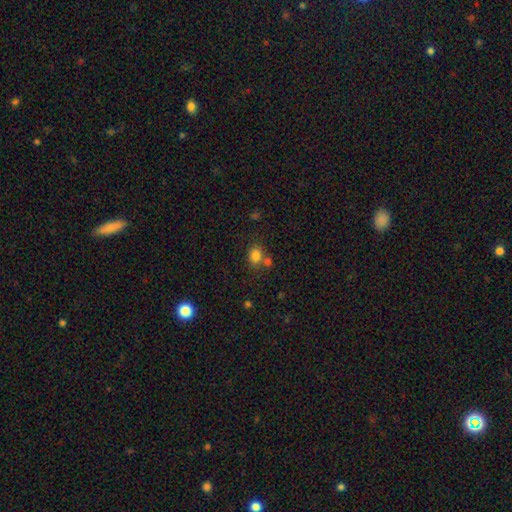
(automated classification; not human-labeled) Smooth or featured: smooth — 81% (star or artifact — 12%)
How rounded: round — 59% (in between — 41%)
Merging: none — 61% (merger — 24%)